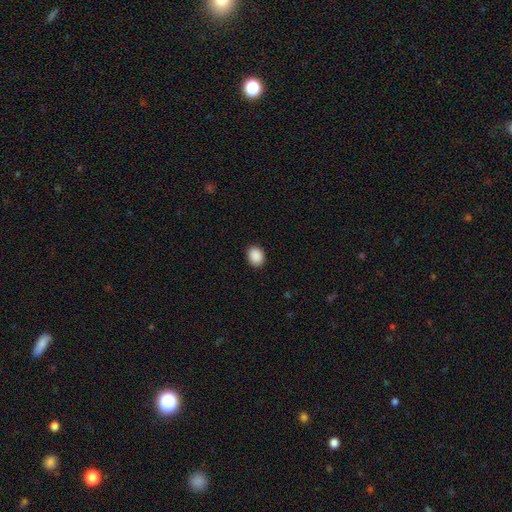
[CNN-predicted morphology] smooth_or_featured: smooth (p=0.90) [alt: star or artifact p=0.08]
how_rounded: round (p=0.50) [alt: in between p=0.49]
merging: none (p=0.90) [alt: minor disturbance p=0.07]